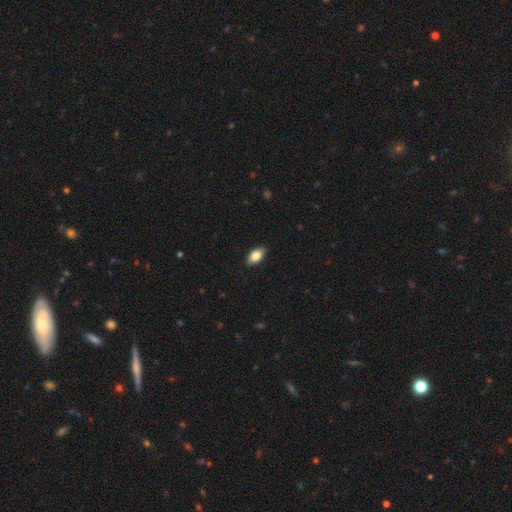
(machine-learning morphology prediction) Smooth or featured: smooth — 82% (featured or disk — 11%)
How rounded: in between — 92% (round — 4%)
Merging: none — 89% (minor disturbance — 8%)